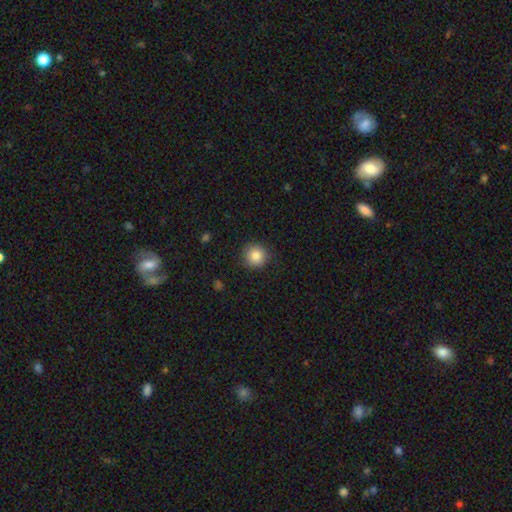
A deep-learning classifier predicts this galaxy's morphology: A smooth galaxy with no disk features (85%) that is round (93%). Merging: none (89%).